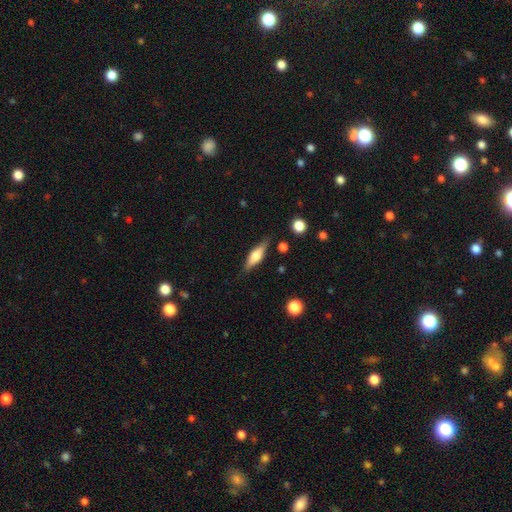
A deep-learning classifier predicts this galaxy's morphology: A featured or disk galaxy (49%).

Vote fractions:
- Smooth or featured? featured or disk: 49% / smooth: 44% / star or artifact: 7%
- Merging? none: 82% / minor disturbance: 12% / major disturbance: 3% / merger: 2%